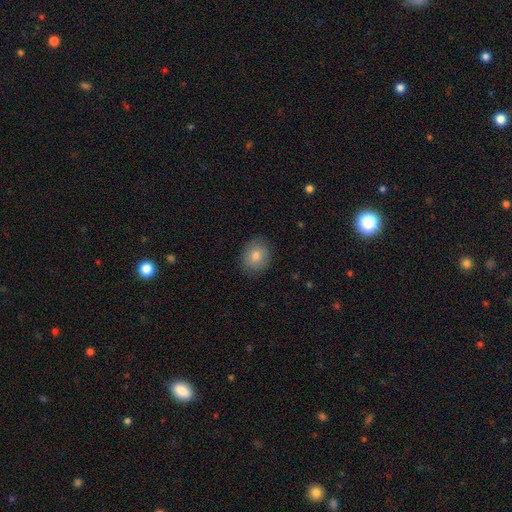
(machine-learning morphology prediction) Overall: smooth (79%). How rounded: round (70%). Merging: none (85%).